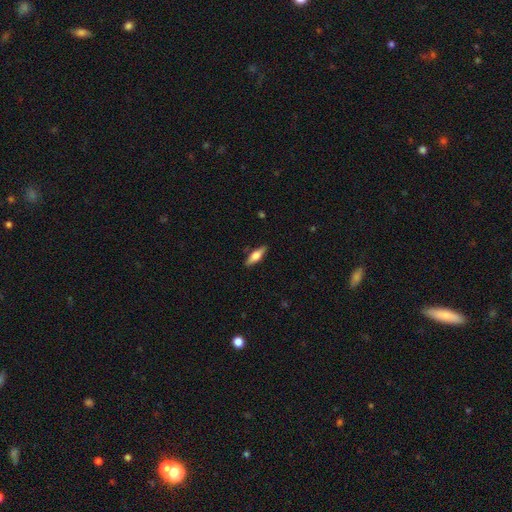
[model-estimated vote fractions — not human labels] This appears to be a smooth galaxy with no disk features (54%) that is in between round and cigar-shaped (50%). Merging: none (87%).